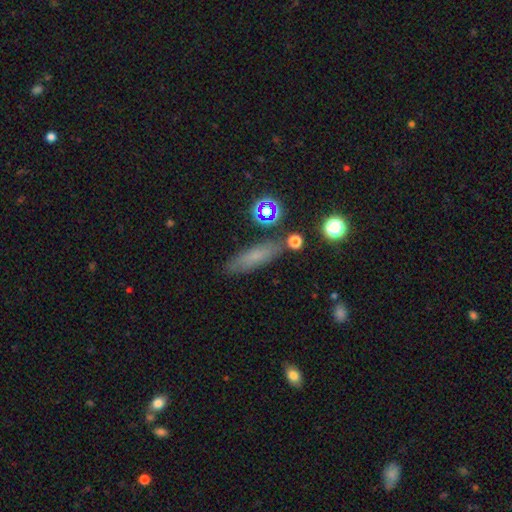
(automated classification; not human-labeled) Smooth or featured?
  - smooth: 64% *
  - featured or disk: 20%
  - star or artifact: 16%
How rounded?
  - cigar-shaped: 67% *
  - in between: 28%
  - round: 5%
Merging?
  - none: 80% *
  - minor disturbance: 12%
  - merger: 4%
  - major disturbance: 4%